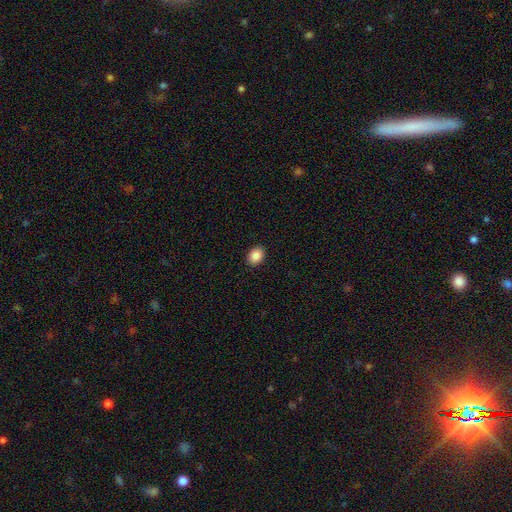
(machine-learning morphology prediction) Overall: smooth (88%). How rounded: in between (66%; round 33%). Merging: none (90%).